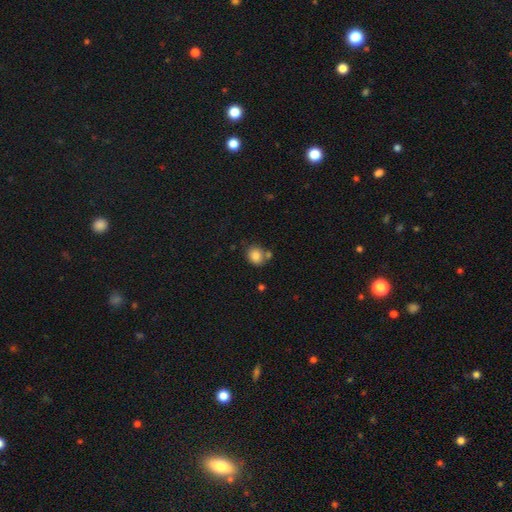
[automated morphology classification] Smooth or featured: smooth — 84% (star or artifact — 9%)
How rounded: round — 62% (in between — 38%)
Merging: none — 63% (merger — 18%)